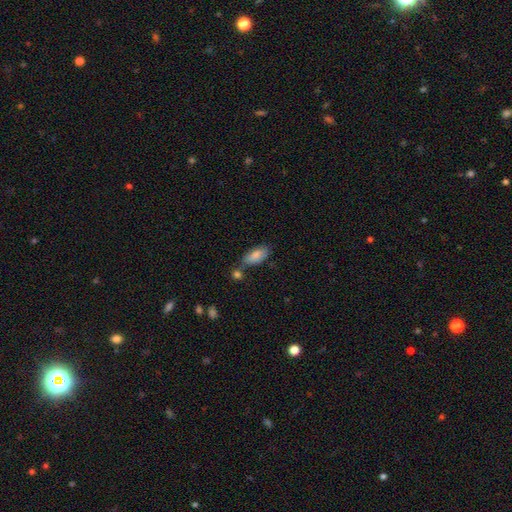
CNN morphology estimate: smooth 82%, featured or disk 11%, star or artifact 7%. Down the decision tree: how rounded — in between (89%); merging — none (58%).